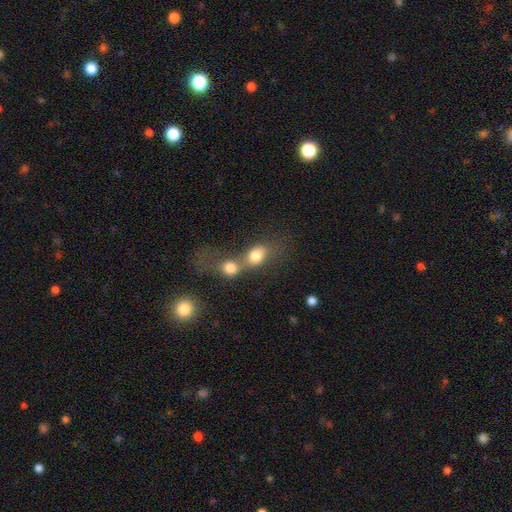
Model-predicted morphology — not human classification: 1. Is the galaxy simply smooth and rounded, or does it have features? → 77% smooth, 13% featured or disk, 10% star or artifact.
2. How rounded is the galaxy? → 52% in between, 46% round, 3% cigar-shaped.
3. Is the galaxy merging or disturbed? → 70% merger, 17% none, 6% major disturbance, 6% minor disturbance.